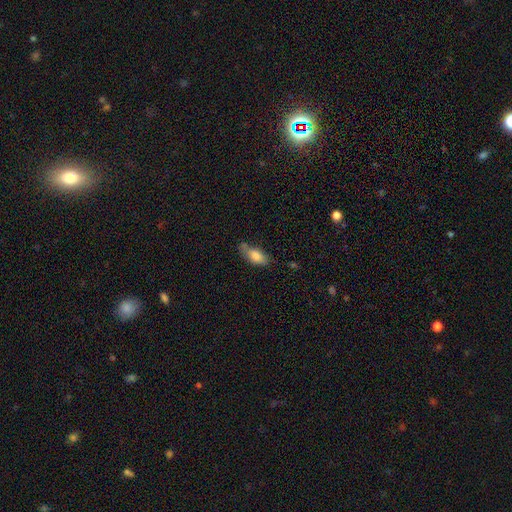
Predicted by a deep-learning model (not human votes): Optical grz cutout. It shows a smooth galaxy with no disk features (81%) that is in between round and cigar-shaped (84%). Merging: none (46%).